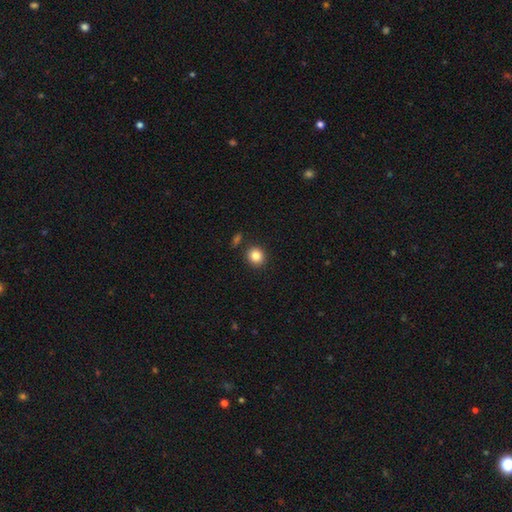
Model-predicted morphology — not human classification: This is clearly a smooth galaxy (85%). How rounded: clearly round (84%). Merging: clearly none (87%).